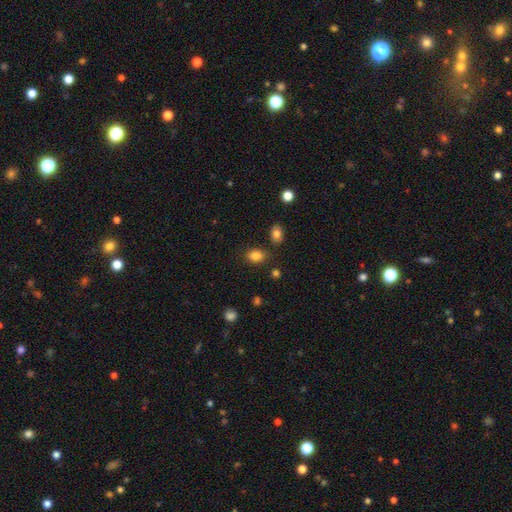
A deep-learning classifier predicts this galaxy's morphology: smooth 84%, star or artifact 11%, featured or disk 5%. Down the decision tree: how rounded — in between (68%); merging — none (77%).